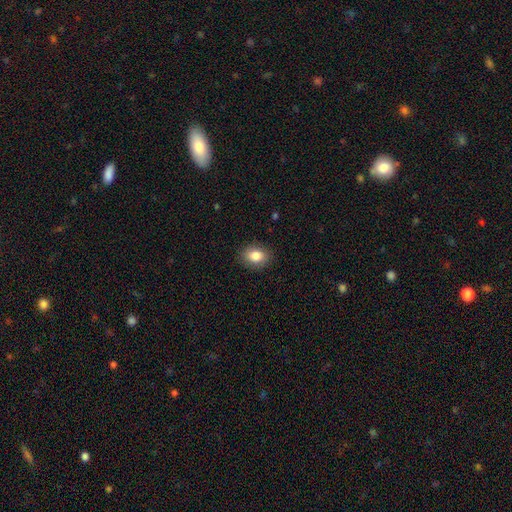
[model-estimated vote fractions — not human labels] Smooth or featured?
  - smooth: 84% *
  - star or artifact: 9%
  - featured or disk: 7%
How rounded?
  - in between: 64% *
  - round: 35%
  - cigar-shaped: 1%
Merging?
  - none: 88% *
  - minor disturbance: 9%
  - major disturbance: 2%
  - merger: 1%